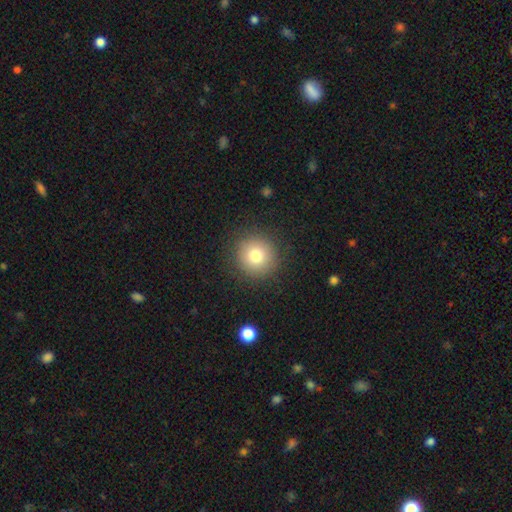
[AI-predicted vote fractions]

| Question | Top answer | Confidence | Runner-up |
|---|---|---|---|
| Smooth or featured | smooth | 78% | star or artifact (12%) |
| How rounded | round | 94% | in between (5%) |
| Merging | none | 89% | minor disturbance (7%) |